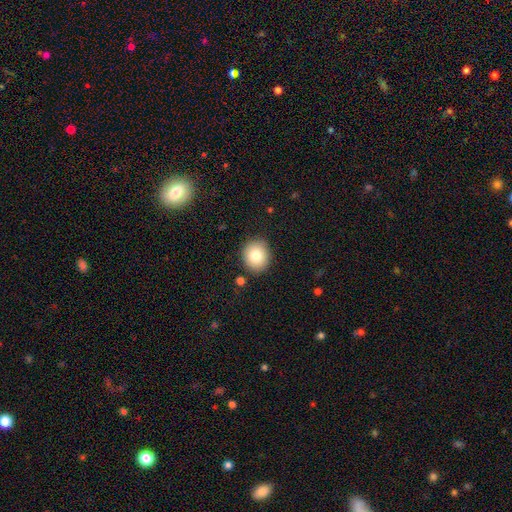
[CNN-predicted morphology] This is likely a smooth galaxy (80%). How rounded: clearly round (84%). Merging: clearly none (88%).